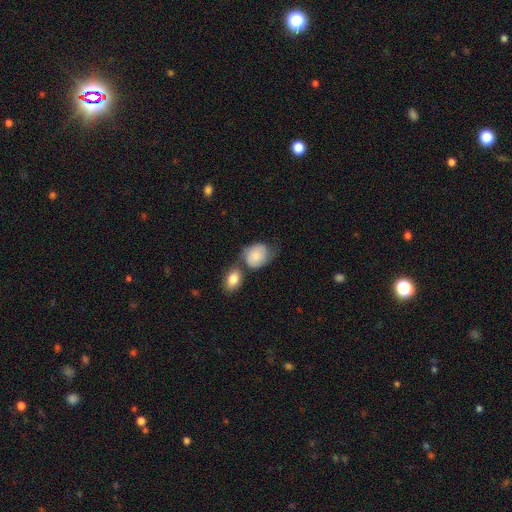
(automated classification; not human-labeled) The model was most divided on "how rounded": round: 50%, in between: 49%, cigar-shaped: 1%. Remaining: smooth or featured — smooth (72%); merging — none (40%).